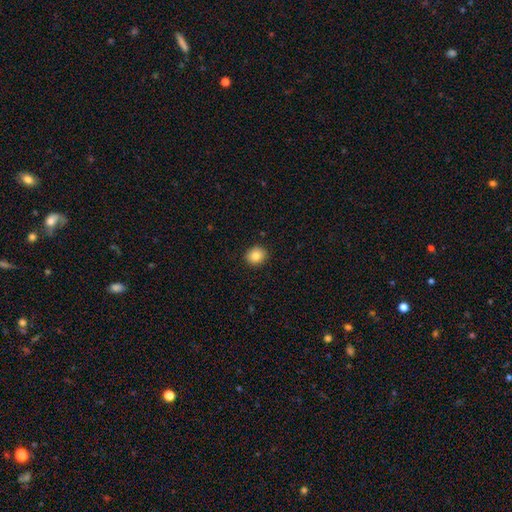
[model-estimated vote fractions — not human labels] smooth-or-featured: smooth: 84% | star or artifact: 9% | featured or disk: 7%
  how-rounded: round: 81% | in between: 18% | cigar-shaped: 1%
  merging: none: 91% | minor disturbance: 7% | major disturbance: 2% | merger: 1%